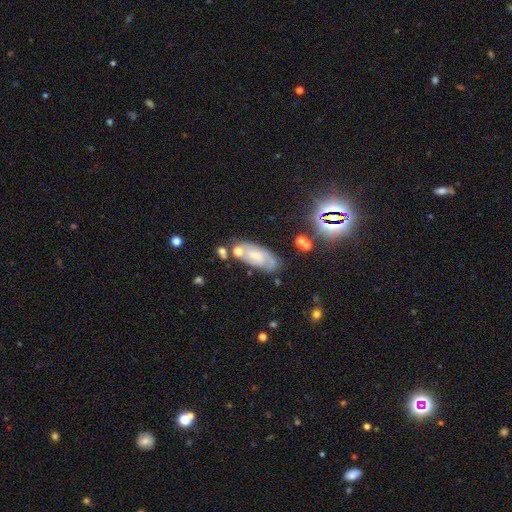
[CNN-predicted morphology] Smooth or featured? featured or disk (64%)
Edge-on disk? no (92%)
Bar? no (54%)
Spiral arms? yes (85%)
Bulge size? small (49%)
Merging? none (62%)